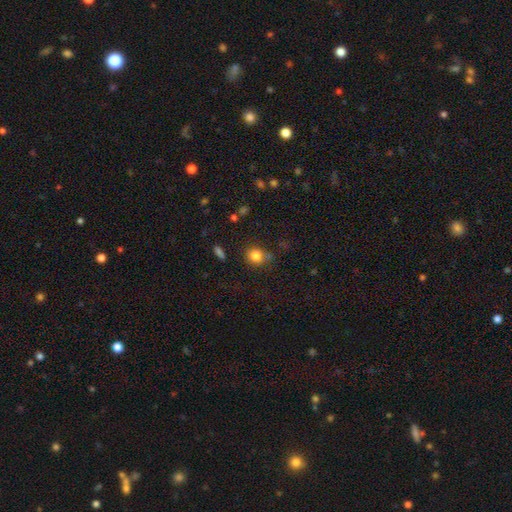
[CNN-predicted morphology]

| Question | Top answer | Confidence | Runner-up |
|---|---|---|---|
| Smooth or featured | smooth | 82% | star or artifact (11%) |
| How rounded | round | 72% | in between (27%) |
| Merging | none | 68% | minor disturbance (22%) |